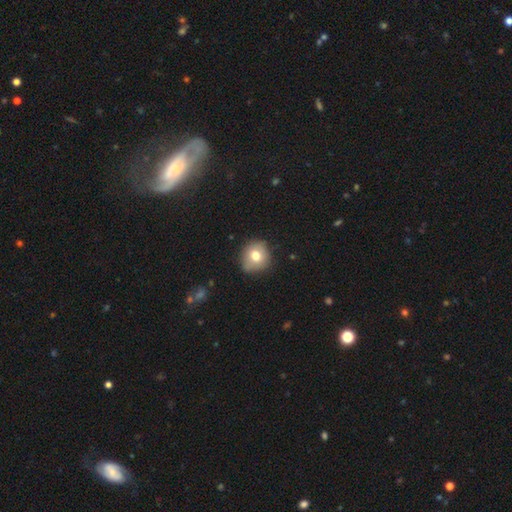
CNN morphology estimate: Smooth or featured? Predicted: smooth (p=0.74). How rounded? Predicted: round (p=0.86). Merging? Predicted: none (p=0.77).